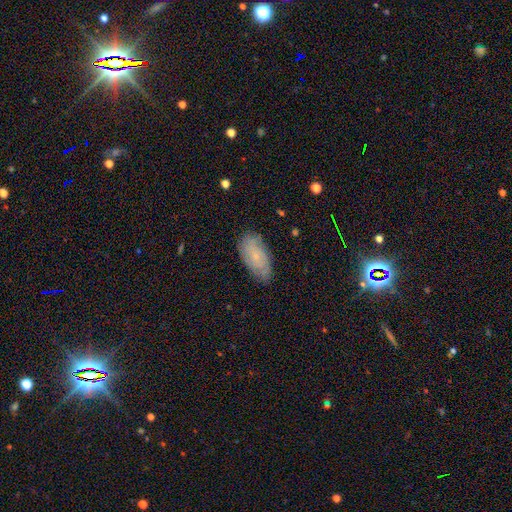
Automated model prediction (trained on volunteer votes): The model was most divided on "smooth or featured": featured or disk: 52%, smooth: 38%, star or artifact: 10%. More confident: edge-on disk — no (92%); merging — none (73%).